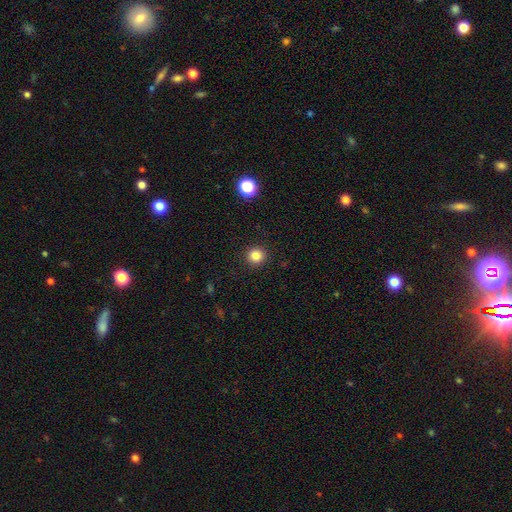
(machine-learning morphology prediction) Q: Smooth or featured?
A: smooth (84%); runner-up: star or artifact (12%)
Q: How rounded?
A: round (93%); runner-up: in between (6%)
Q: Merging?
A: none (92%); runner-up: minor disturbance (5%)